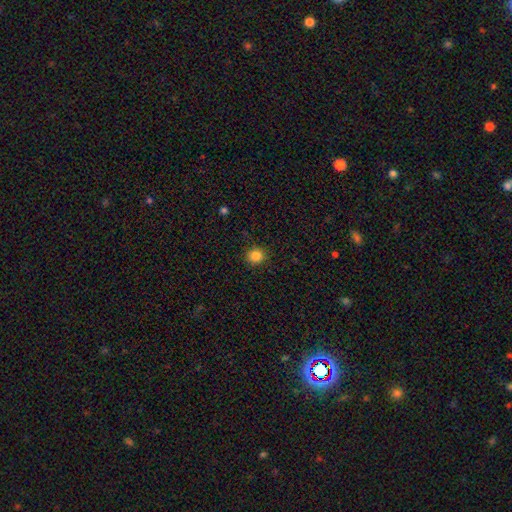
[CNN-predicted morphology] This appears to be a smooth galaxy with no disk features (85%) that is round (86%). Merging: none (90%).